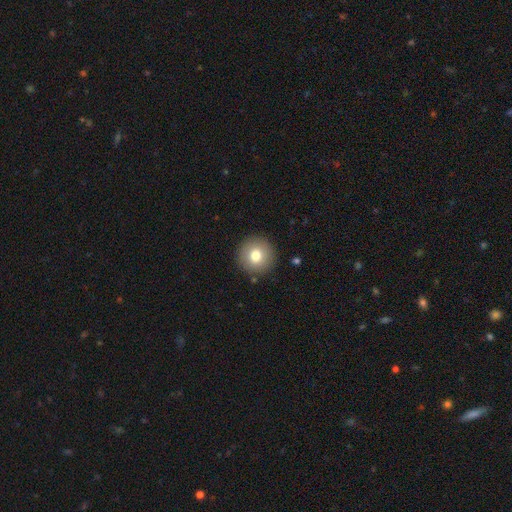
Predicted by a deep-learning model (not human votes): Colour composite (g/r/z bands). It shows a smooth galaxy with no disk features (77%) that is round (95%). Merging: none (90%).